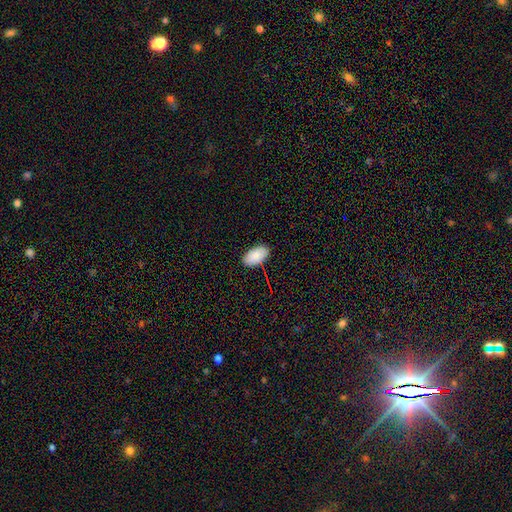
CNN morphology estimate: Smooth or featured? smooth (85%)
How rounded? in between (95%)
Merging? none (86%)